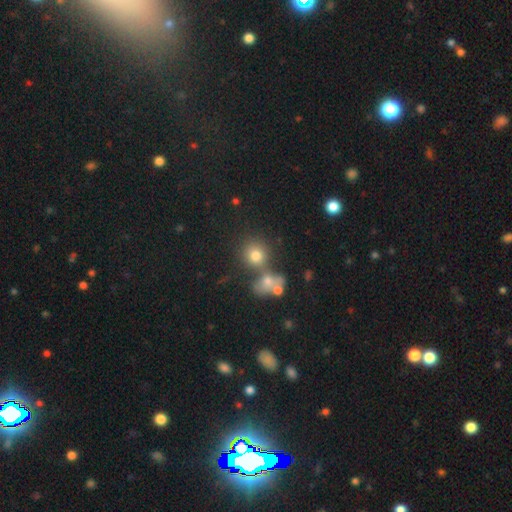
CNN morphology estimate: Smooth or featured: smooth — 73% (star or artifact — 15%)
How rounded: round — 81% (in between — 17%)
Merging: none — 52% (merger — 33%)